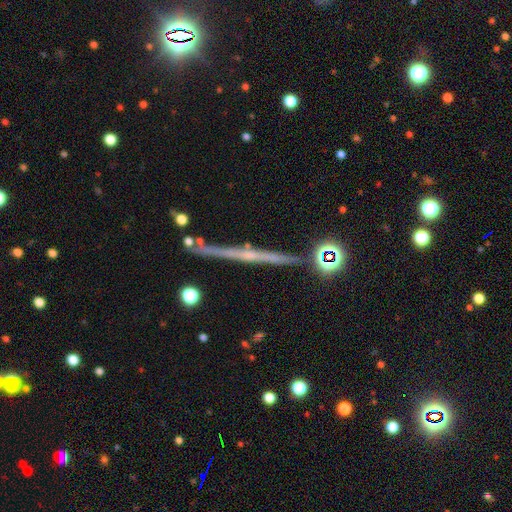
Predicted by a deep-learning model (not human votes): Morphology: type=featured or disk (70%); edge-on=yes (95%); edge-on bulge=rounded (52%); merging=none (76%).